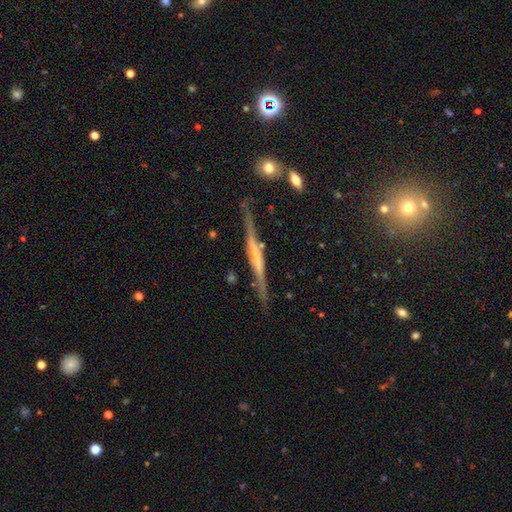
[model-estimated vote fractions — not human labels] This is likely a featured or disk galaxy (77%). It is clearly viewed edge-on (96%). Edge-on bulge: possibly rounded (48%). Merging: likely none (79%).